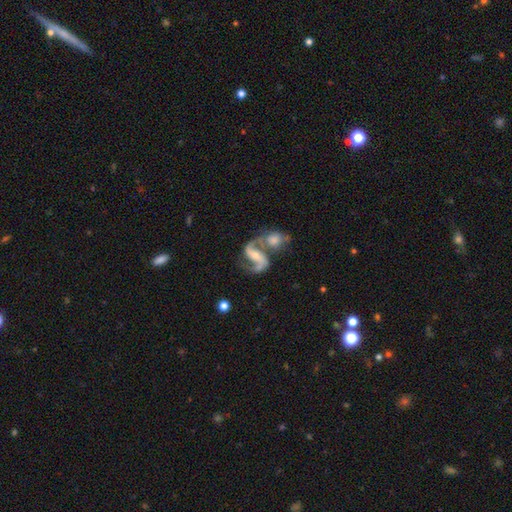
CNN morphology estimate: Smooth or featured?
  - featured or disk: 89% *
  - smooth: 6%
  - star or artifact: 5%
Edge-on disk?
  - no: 97% *
  - yes: 3%
Bar?
  - strong: 47% *
  - weak: 33%
  - no: 20%
Spiral arms?
  - yes: 97% *
  - no: 3%
Spiral winding?
  - medium: 49% *
  - loose: 40%
  - tight: 11%
Spiral arm count?
  - 2: 92% *
  - 1: 2%
  - can't tell: 2%
  - 3: 1%
  - 4: 1%
  - more than 4: 1%
Bulge size?
  - small: 48% *
  - moderate: 43%
  - none: 4%
  - large: 4%
  - dominant: 1%
Merging?
  - merger: 46% *
  - none: 35%
  - minor disturbance: 11%
  - major disturbance: 8%